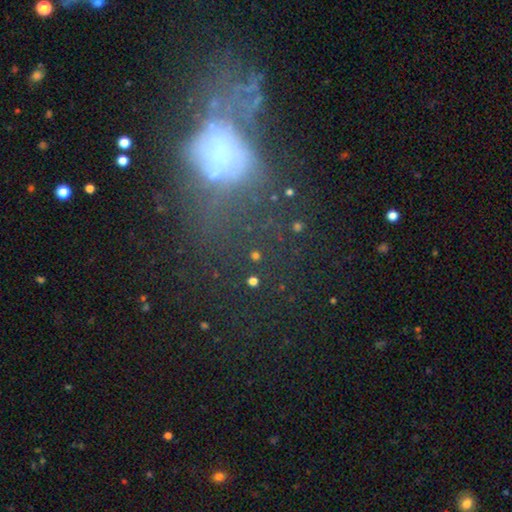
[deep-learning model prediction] Smooth or featured: star or artifact — 48% (smooth — 35%)